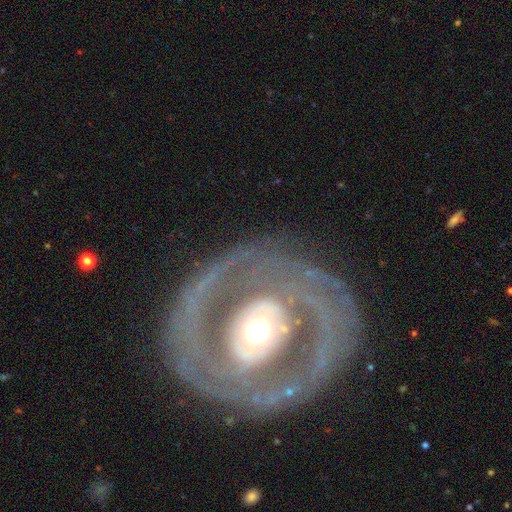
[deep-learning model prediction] Smooth or featured? Predicted: featured or disk (p=0.84). Edge-on disk? Predicted: no (p=0.96). Bar? Predicted: no (p=0.60). Spiral arms? Predicted: yes (p=0.72). Spiral winding? Predicted: tight (p=0.65). Spiral arm count? Predicted: 2 (p=0.47). Bulge size? Predicted: moderate (p=0.62). Merging? Predicted: none (p=0.78).